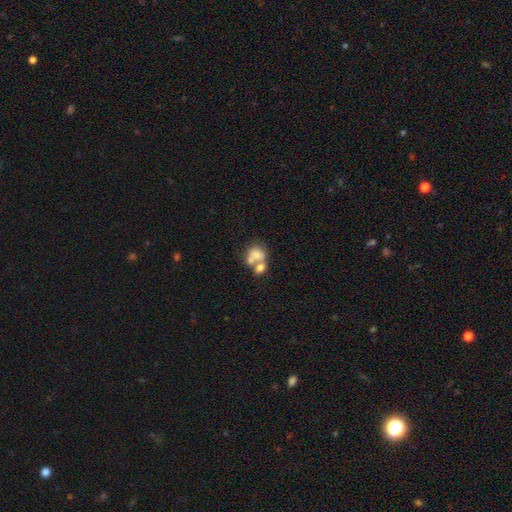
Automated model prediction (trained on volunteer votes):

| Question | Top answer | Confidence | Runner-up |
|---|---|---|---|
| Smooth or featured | smooth | 61% | featured or disk (29%) |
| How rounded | in between | 52% | round (46%) |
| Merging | merger | 66% | none (19%) |